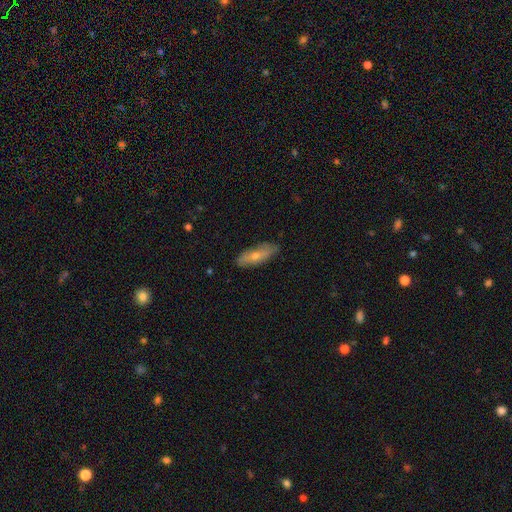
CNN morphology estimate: smooth 58%, featured or disk 36%, star or artifact 6%. Down the decision tree: how rounded — in between (63%); merging — none (80%).